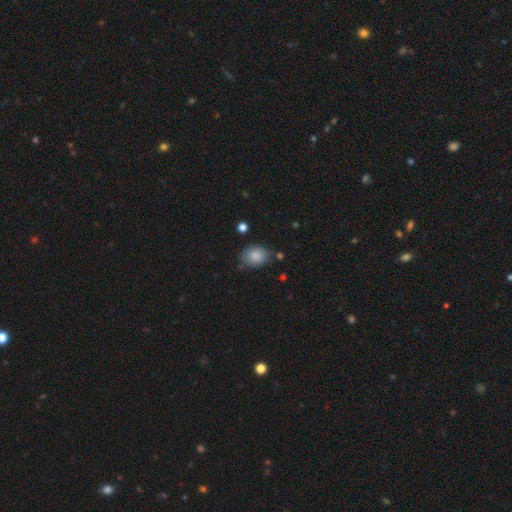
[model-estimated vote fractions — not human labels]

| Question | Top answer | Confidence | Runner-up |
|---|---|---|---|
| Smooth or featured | smooth | 86% | star or artifact (8%) |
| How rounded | in between | 63% | round (36%) |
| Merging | none | 70% | minor disturbance (21%) |